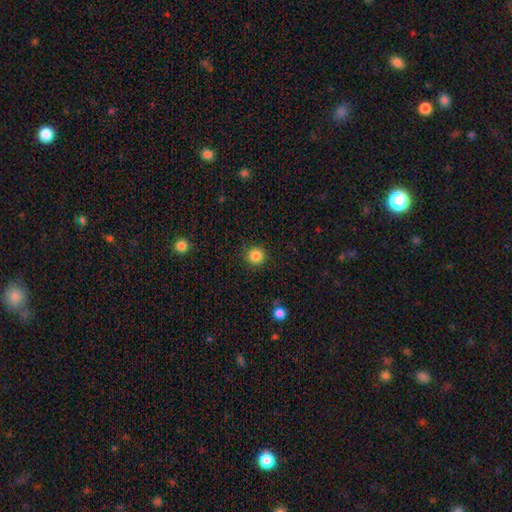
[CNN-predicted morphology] Smooth or featured? smooth (86%)
How rounded? round (94%)
Merging? none (91%)